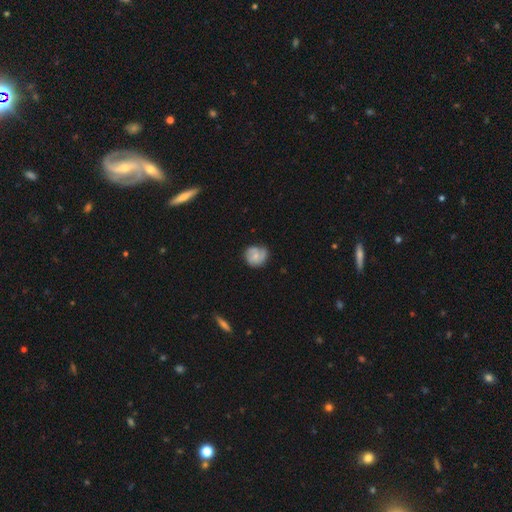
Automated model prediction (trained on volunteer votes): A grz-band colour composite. It shows a featured or disk galaxy (47%). Merging: none (60%).